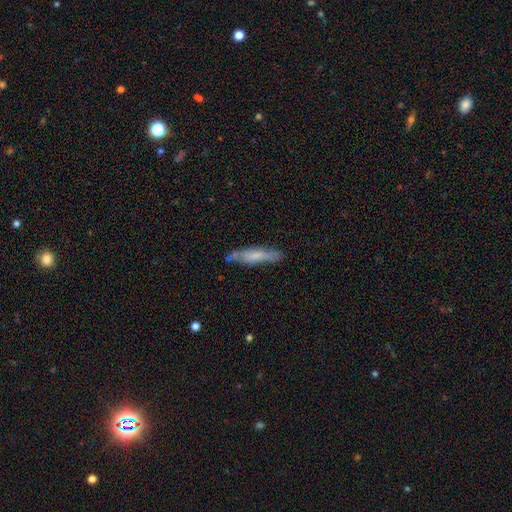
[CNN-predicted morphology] Q: Smooth or featured?
A: smooth (62%); runner-up: featured or disk (32%)
Q: How rounded?
A: cigar-shaped (82%); runner-up: in between (16%)
Q: Merging?
A: none (69%); runner-up: minor disturbance (20%)